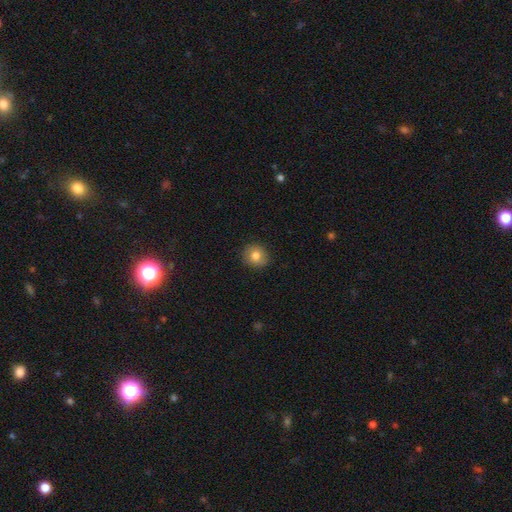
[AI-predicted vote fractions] Smooth or featured? Predicted: smooth (p=0.80). How rounded? Predicted: round (p=0.85). Merging? Predicted: none (p=0.88).